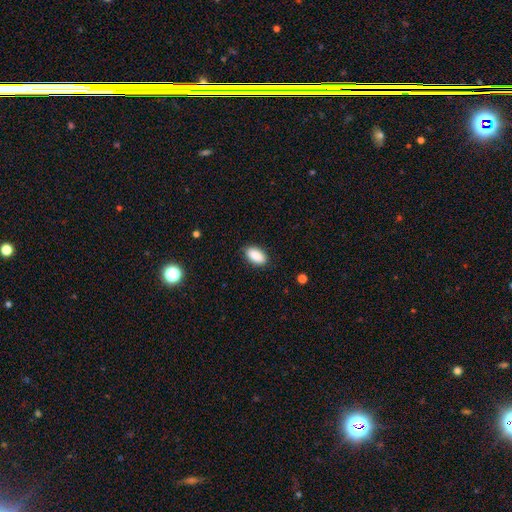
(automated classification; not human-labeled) Smooth or featured: smooth — 90% (star or artifact — 7%)
How rounded: in between — 93% (round — 3%)
Merging: none — 85% (minor disturbance — 11%)